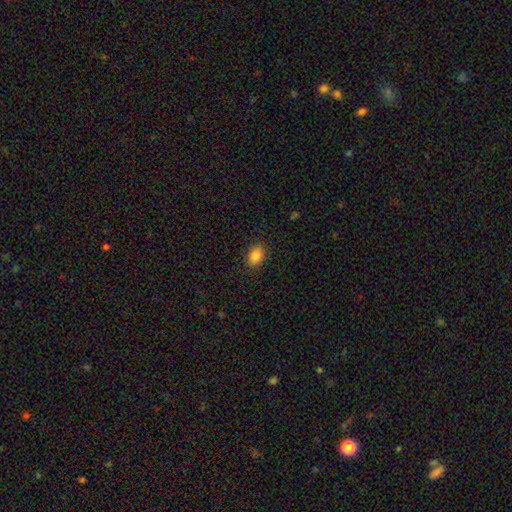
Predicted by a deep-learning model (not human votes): Morphology: type=smooth (85%); roundness=in between (74%); merging=none (88%).